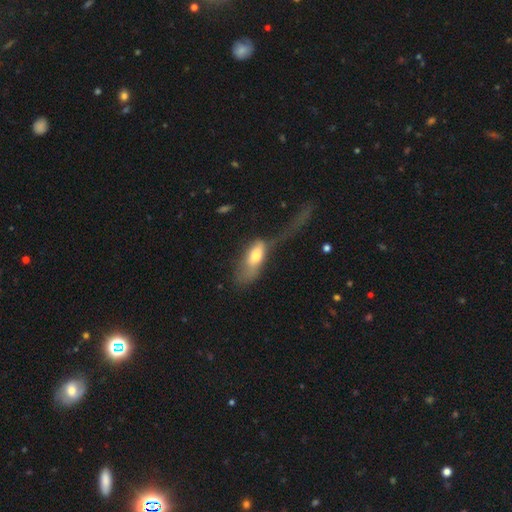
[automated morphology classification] Smooth or featured? Predicted: smooth (p=0.66). How rounded? Predicted: in between (p=0.77). Merging? Predicted: major disturbance (p=0.59).